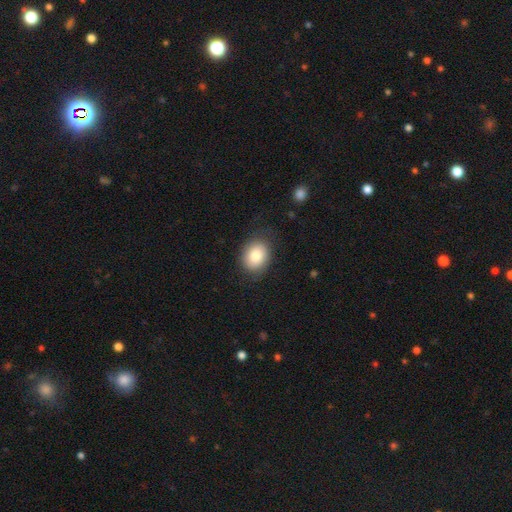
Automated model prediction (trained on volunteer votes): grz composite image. It shows a smooth galaxy with no disk features (82%) that is in between round and cigar-shaped (59%). Merging: none (78%).